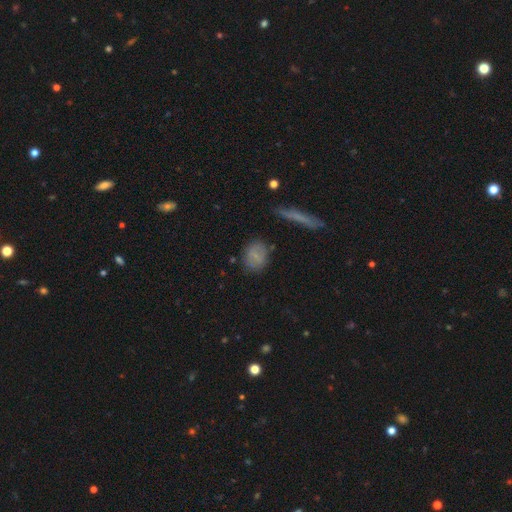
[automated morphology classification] smooth_or_featured: smooth (p=0.69) [alt: featured or disk p=0.22]
how_rounded: round (p=0.51) [alt: in between p=0.46]
merging: none (p=0.77) [alt: minor disturbance p=0.15]